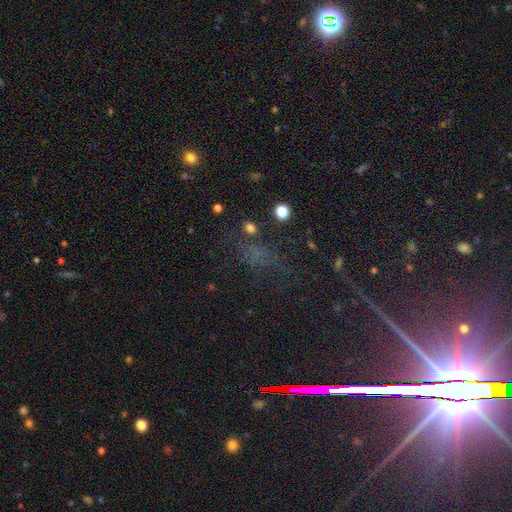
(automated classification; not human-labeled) Q: Smooth or featured?
A: star or artifact (65%); runner-up: smooth (21%)